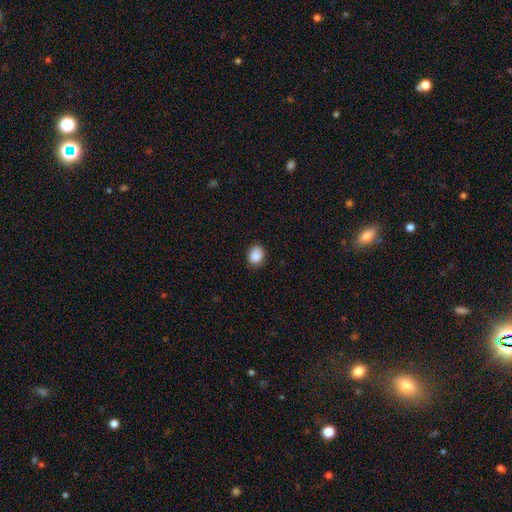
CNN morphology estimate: Overall: smooth (89%). How rounded: round (53%; in between 46%). Merging: none (83%).